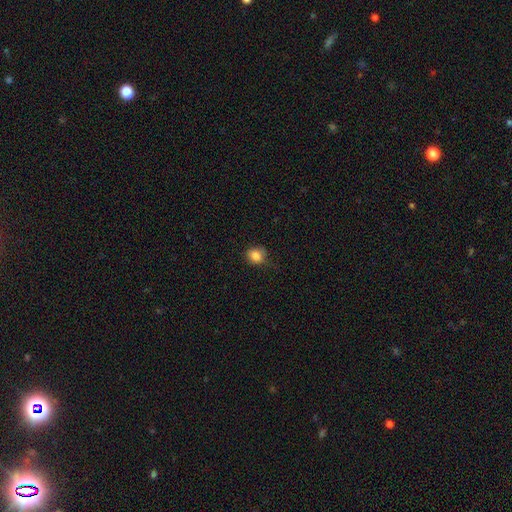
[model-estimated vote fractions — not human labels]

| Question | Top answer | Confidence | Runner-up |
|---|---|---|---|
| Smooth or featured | smooth | 84% | star or artifact (11%) |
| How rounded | round | 71% | in between (28%) |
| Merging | none | 69% | minor disturbance (24%) |